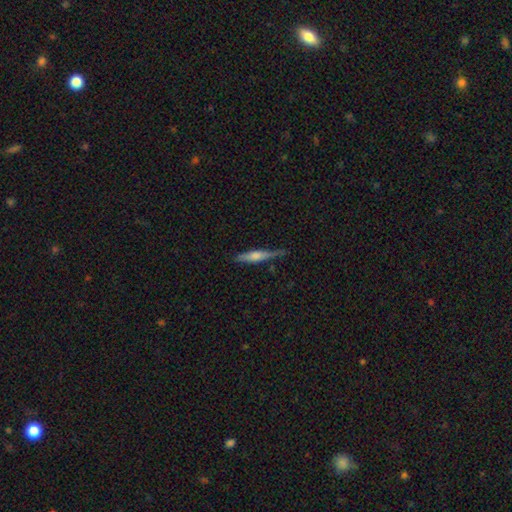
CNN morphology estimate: featured or disk 61%, smooth 33%, star or artifact 7%. Down the decision tree: edge-on disk — yes (96%); edge-on bulge — rounded (74%); merging — none (78%).